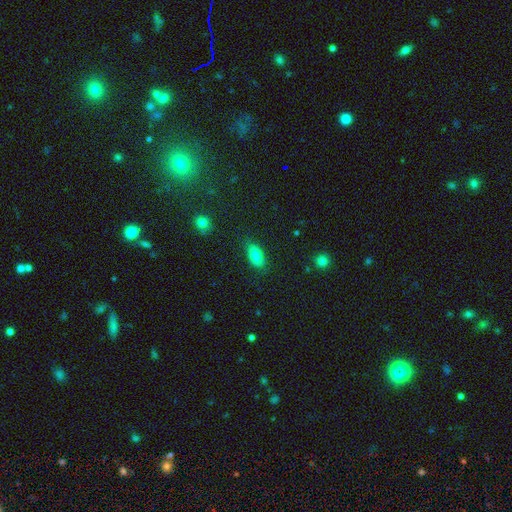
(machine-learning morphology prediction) Overall: smooth (81%). How rounded: in between (88%). Merging: none (82%).